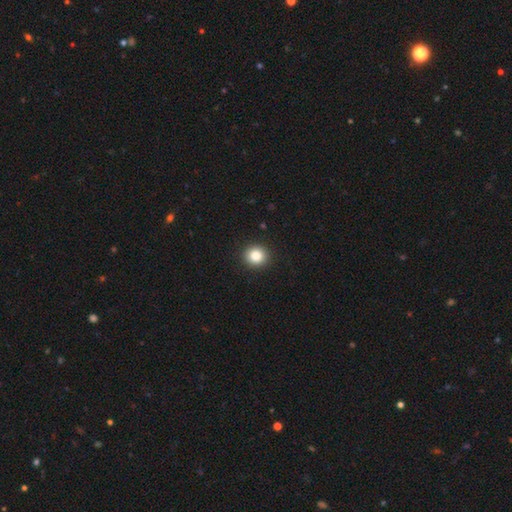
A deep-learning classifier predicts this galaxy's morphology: smooth 85%, star or artifact 10%, featured or disk 5%. Down the decision tree: how rounded — round (89%); merging — none (92%).